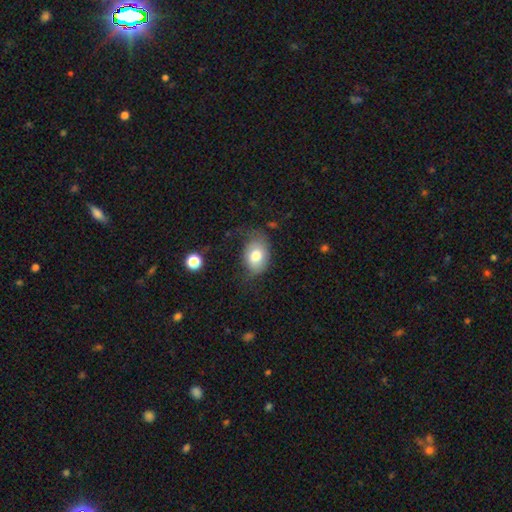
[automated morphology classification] A smooth galaxy with no disk features (75%) that is in between round and cigar-shaped (72%). Merging: none (52%).